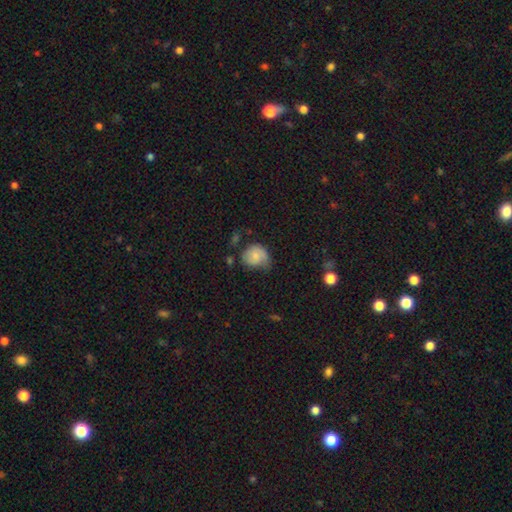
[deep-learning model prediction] Smooth or featured? smooth (68%)
How rounded? round (67%)
Merging? minor disturbance (40%)